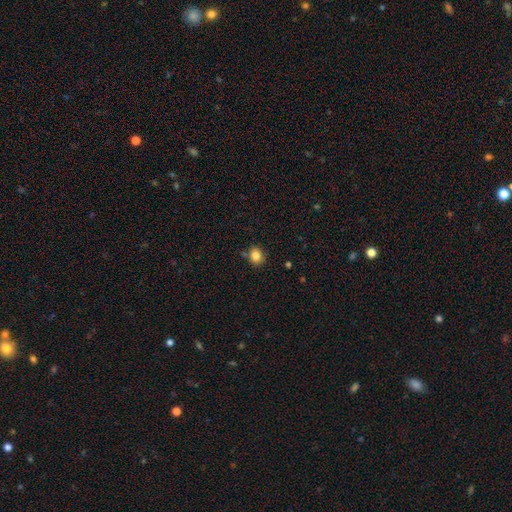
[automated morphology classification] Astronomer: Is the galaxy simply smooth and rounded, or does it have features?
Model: smooth — 83%.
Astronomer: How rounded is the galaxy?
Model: round — 71%.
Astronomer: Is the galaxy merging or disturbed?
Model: none — 78%.